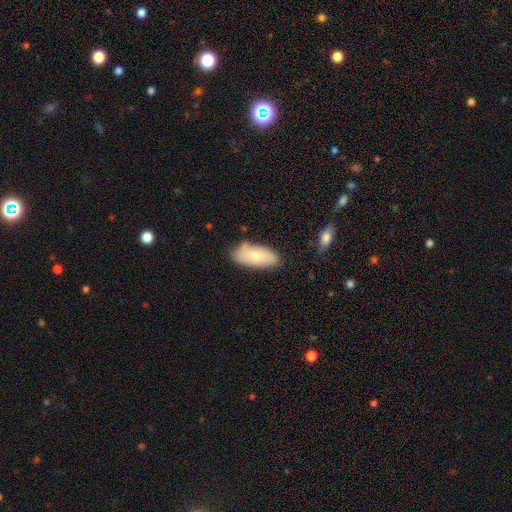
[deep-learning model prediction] A smooth galaxy with no disk features (76%) that is in between round and cigar-shaped (88%).

Vote fractions:
- Smooth or featured? smooth: 76% / featured or disk: 18% / star or artifact: 7%
- How rounded? in between: 88% / cigar-shaped: 9% / round: 2%
- Merging? none: 74% / minor disturbance: 19% / major disturbance: 4% / merger: 3%